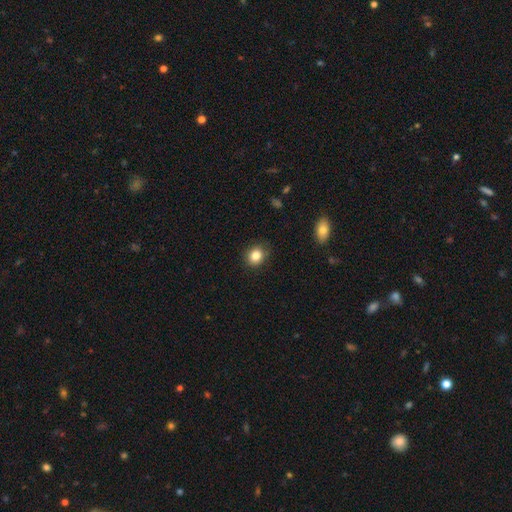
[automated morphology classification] The model was most divided on "how rounded": round: 71%, in between: 28%, cigar-shaped: 1%. More confident: merging — none (84%); smooth or featured — smooth (84%).